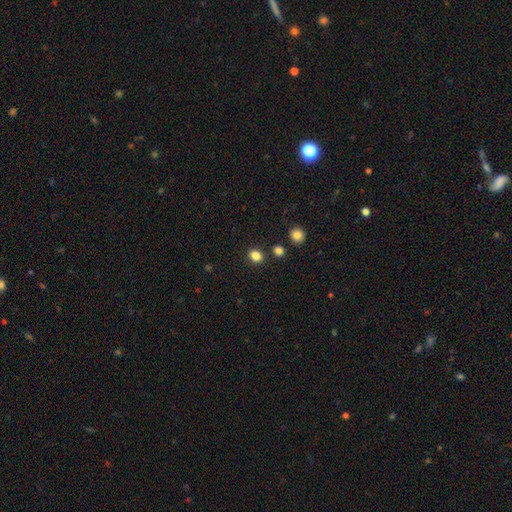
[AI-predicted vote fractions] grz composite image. It shows a smooth galaxy with no disk features (84%) that is round (56%). Merging: none (85%).